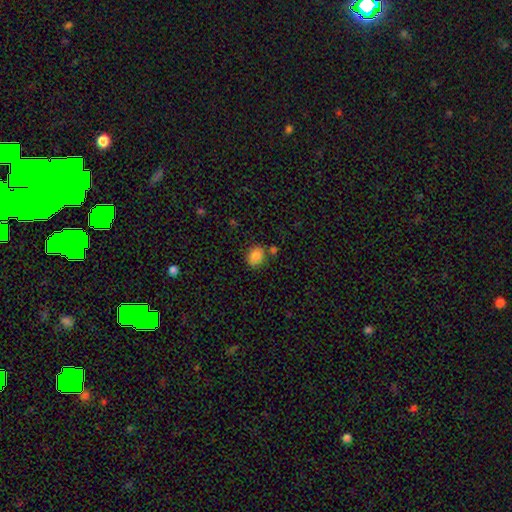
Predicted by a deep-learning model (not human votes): The model was most divided on "how rounded": round: 56%, in between: 43%, cigar-shaped: 1%. More confident: smooth or featured — smooth (85%); merging — none (75%).